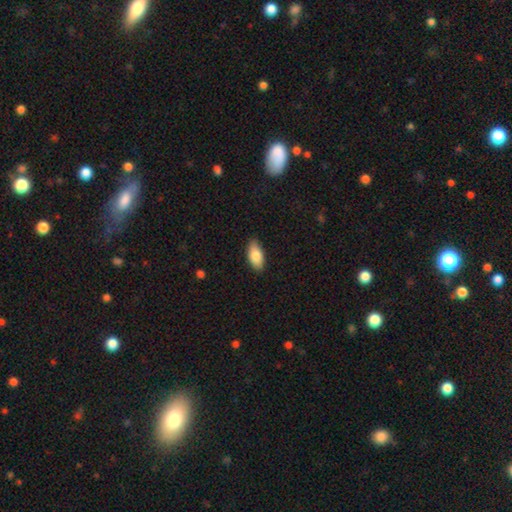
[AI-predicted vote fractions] A smooth galaxy with no disk features (83%) that is in between round and cigar-shaped (91%). Merging: none (85%).